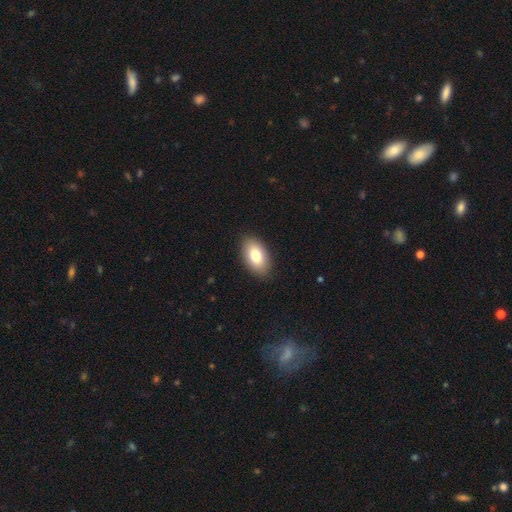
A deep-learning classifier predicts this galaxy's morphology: smooth_or_featured: smooth (p=0.80) [alt: featured or disk p=0.13]
how_rounded: in between (p=0.93) [alt: round p=0.05]
merging: none (p=0.89) [alt: minor disturbance p=0.08]